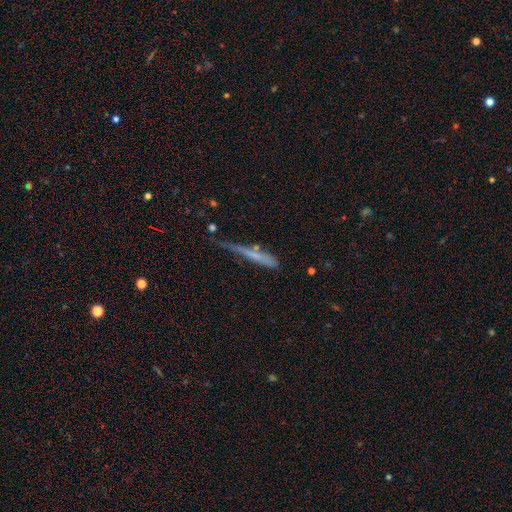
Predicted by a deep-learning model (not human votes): smooth_or_featured: smooth (p=0.54) [alt: featured or disk p=0.36]
how_rounded: cigar-shaped (p=0.93) [alt: in between p=0.05]
merging: none (p=0.44) [alt: minor disturbance p=0.31]